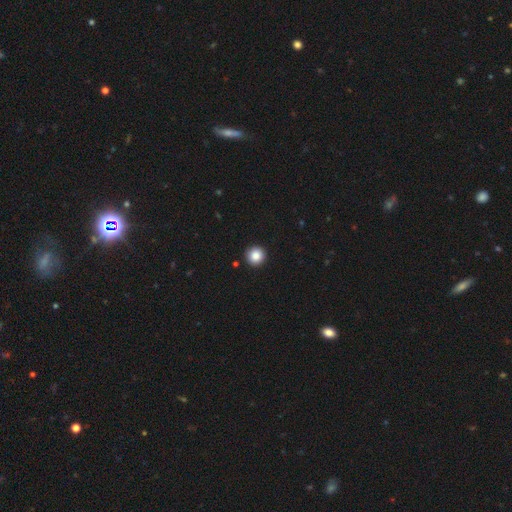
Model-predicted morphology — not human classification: A smooth galaxy with no disk features (87%) that is round (95%). Merging: none (93%).